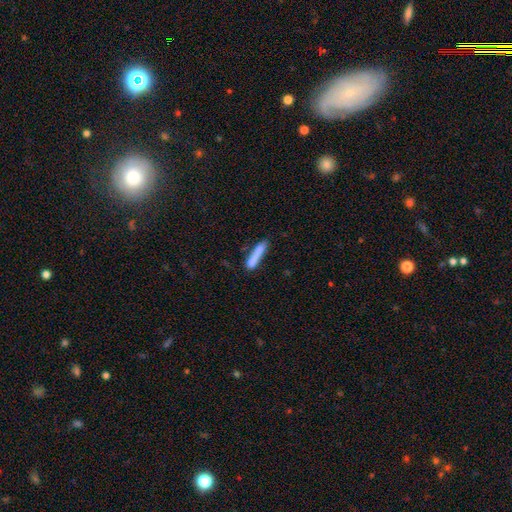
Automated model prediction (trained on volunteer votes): smooth 76%, featured or disk 17%, star or artifact 8%. Down the decision tree: how rounded — cigar-shaped (88%); merging — none (59%).